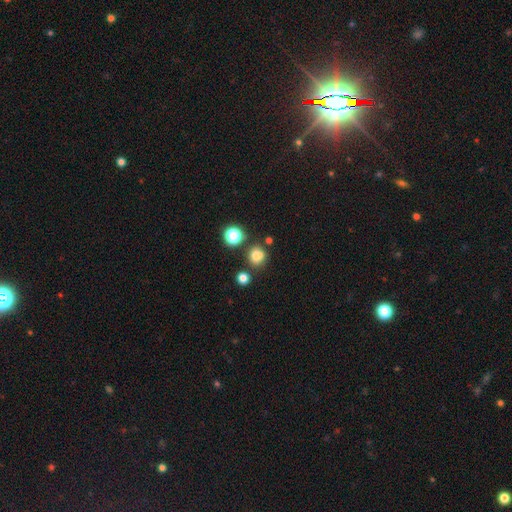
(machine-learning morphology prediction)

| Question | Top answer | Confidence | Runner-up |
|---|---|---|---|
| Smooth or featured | smooth | 77% | star or artifact (17%) |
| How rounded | round | 77% | in between (22%) |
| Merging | none | 70% | merger (14%) |